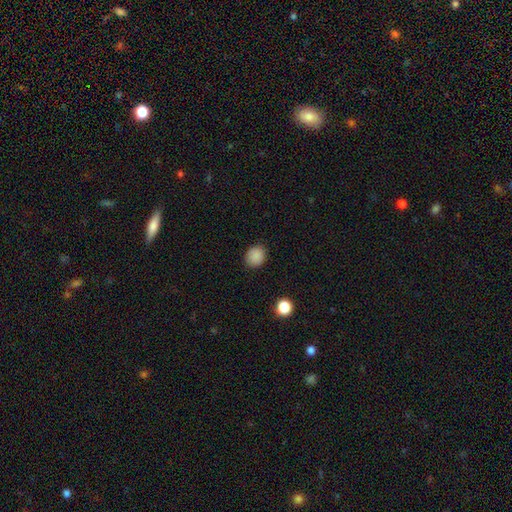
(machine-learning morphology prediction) smooth-or-featured: smooth: 87% | star or artifact: 10% | featured or disk: 3%
  how-rounded: round: 75% | in between: 24% | cigar-shaped: 1%
  merging: none: 88% | minor disturbance: 9% | major disturbance: 2% | merger: 1%